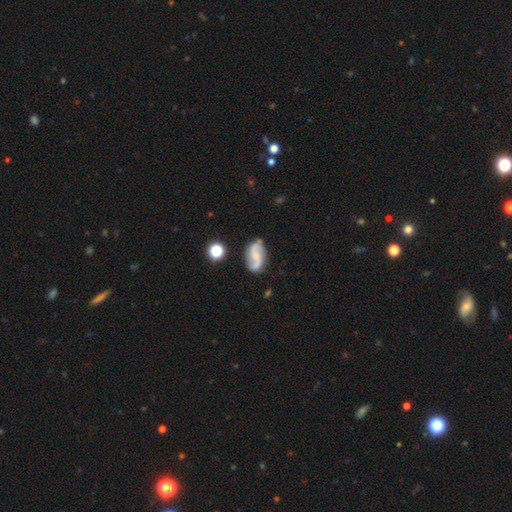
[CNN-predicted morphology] Q: Smooth or featured?
A: featured or disk (76%); runner-up: smooth (17%)
Q: Edge-on disk?
A: no (97%); runner-up: yes (3%)
Q: Bar?
A: no (47%); runner-up: weak (39%)
Q: Spiral arms?
A: yes (94%); runner-up: no (6%)
Q: Spiral winding?
A: loose (62%); runner-up: medium (29%)
Q: Spiral arm count?
A: 2 (91%); runner-up: can't tell (3%)
Q: Bulge size?
A: none (45%); runner-up: small (38%)
Q: Merging?
A: none (74%); runner-up: minor disturbance (16%)